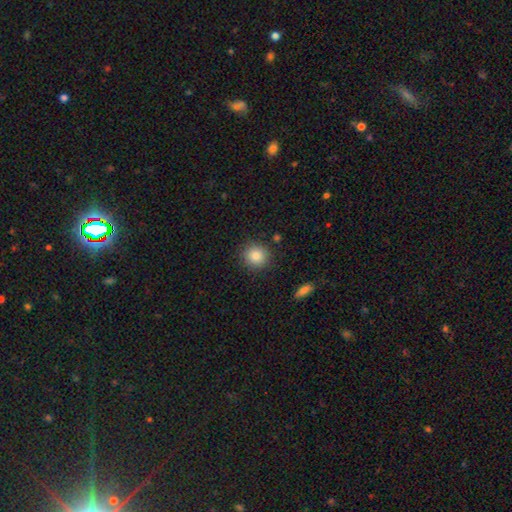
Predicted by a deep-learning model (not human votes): Smooth or featured? Predicted: smooth (p=0.84). How rounded? Predicted: round (p=0.89). Merging? Predicted: none (p=0.87).